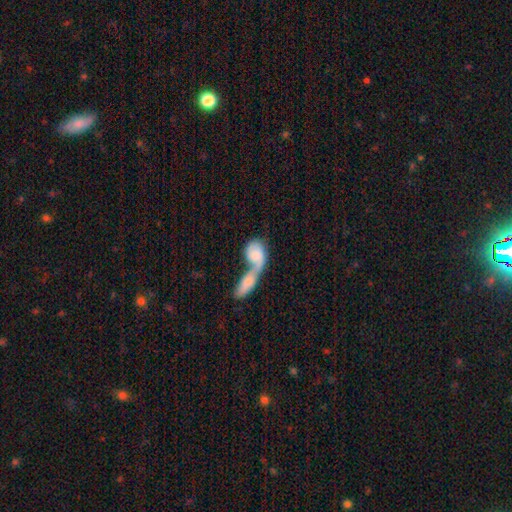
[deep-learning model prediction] The model was most divided on "smooth or featured": smooth: 67%, featured or disk: 28%, star or artifact: 6%. More confident: merging — merger (77%); how rounded — in between (69%).